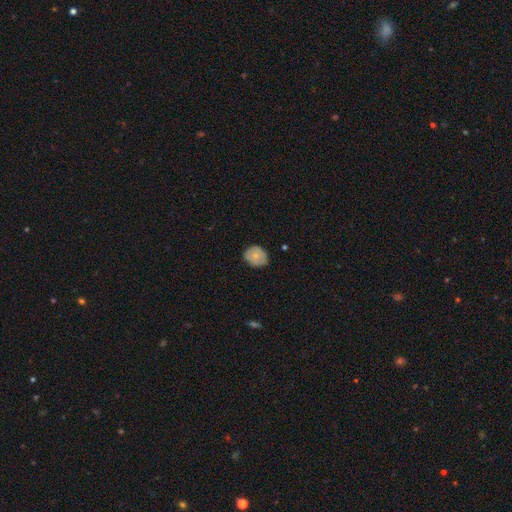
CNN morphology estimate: smooth_or_featured: smooth (p=0.71) [alt: featured or disk p=0.22]
how_rounded: round (p=0.66) [alt: in between p=0.33]
merging: none (p=0.73) [alt: minor disturbance p=0.23]